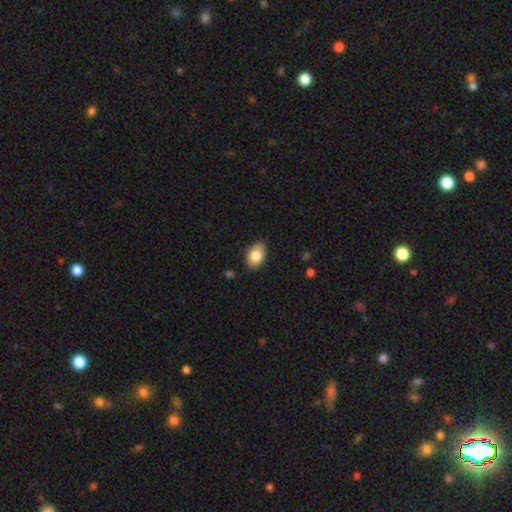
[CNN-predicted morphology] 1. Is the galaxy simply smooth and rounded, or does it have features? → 83% smooth, 10% featured or disk, 7% star or artifact.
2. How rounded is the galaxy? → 88% in between, 11% round, 1% cigar-shaped.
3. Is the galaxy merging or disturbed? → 86% none, 11% minor disturbance, 2% major disturbance, 1% merger.